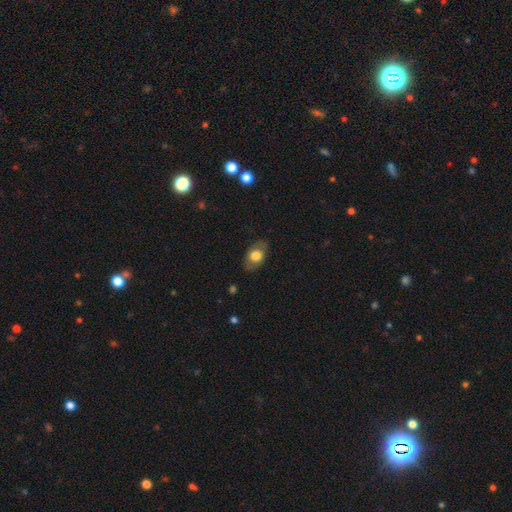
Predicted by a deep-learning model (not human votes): Overall: smooth (64%; featured or disk 29%). How rounded: in between (83%). Merging: none (80%).